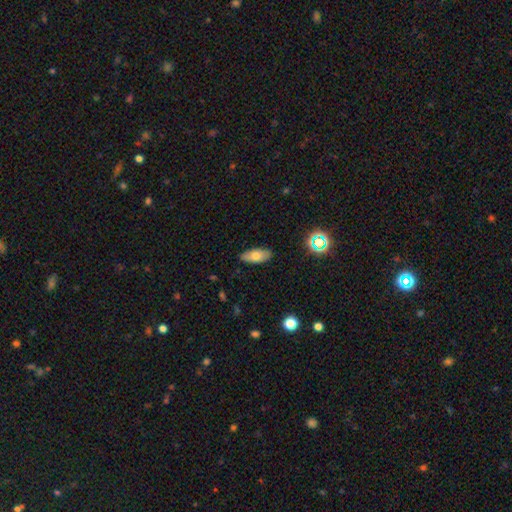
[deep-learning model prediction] smooth-or-featured: smooth: 71% | featured or disk: 19% | star or artifact: 9%
  how-rounded: in between: 85% | cigar-shaped: 11% | round: 3%
  merging: none: 86% | minor disturbance: 11% | major disturbance: 2% | merger: 1%